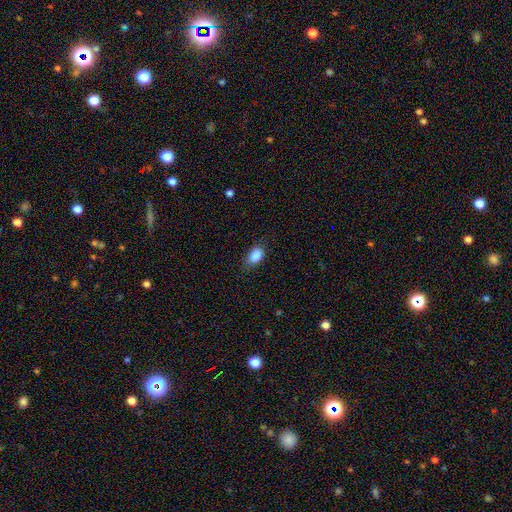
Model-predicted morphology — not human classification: Smooth or featured? smooth (87%)
How rounded? in between (85%)
Merging? none (69%)